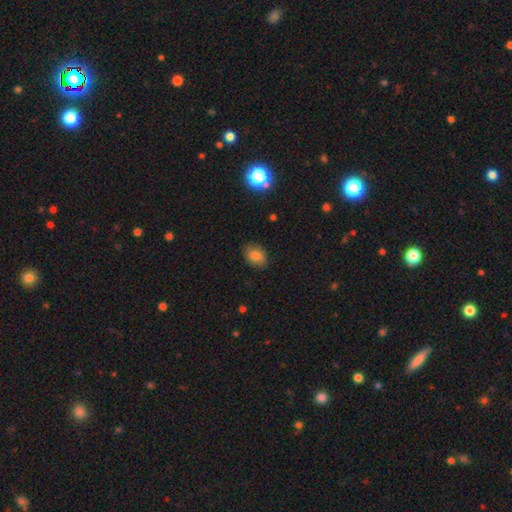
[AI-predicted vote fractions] Overall: smooth (82%). How rounded: in between (73%). Merging: none (82%).